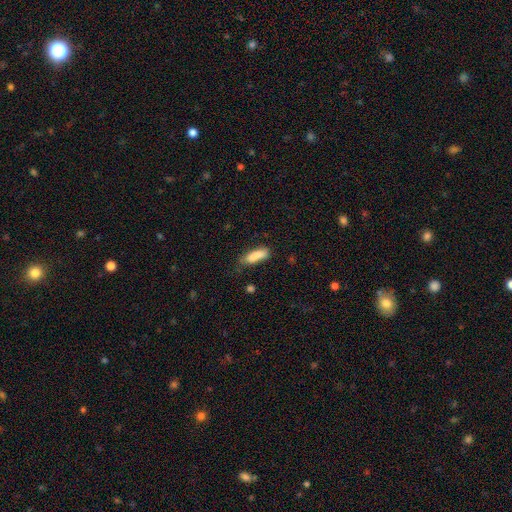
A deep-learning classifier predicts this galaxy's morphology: Smooth or featured: smooth — 85% (featured or disk — 8%)
How rounded: in between — 53% (cigar-shaped — 45%)
Merging: none — 58% (minor disturbance — 30%)